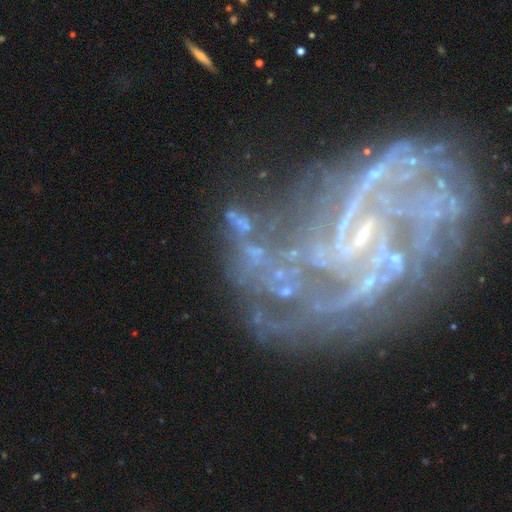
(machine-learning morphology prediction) The model was most divided on "spiral arm count": 2: 30%, can't tell: 23%, 3: 18%, 4: 11%, more than 4: 9%, 1: 9%. Remaining: edge-on disk — no (97%); spiral arms — yes (93%); smooth or featured — featured or disk (86%); bulge size — small (62%); merging — none (50%); spiral winding — medium (44%); bar — weak (44%).